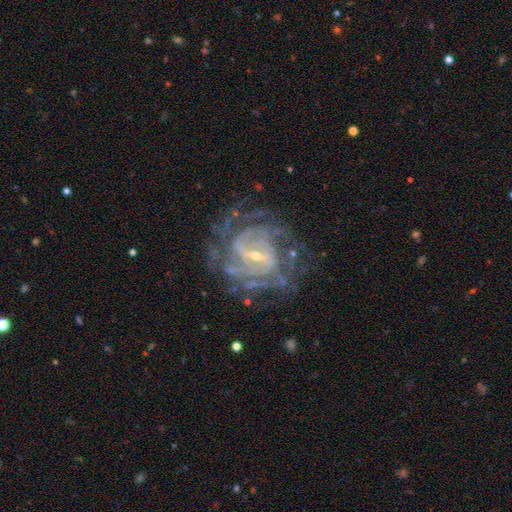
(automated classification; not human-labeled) A featured or disk galaxy (88%) with a weak bar (49%), tight (60%) spiral arms (95%) and a small central bulge (75%).

Vote fractions:
- Smooth or featured? featured or disk: 88% / star or artifact: 7% / smooth: 5%
- Edge-on disk? no: 97% / yes: 3%
- Bar? weak: 49% / strong: 30% / no: 20%
- Spiral arms? yes: 95% / no: 5%
- Spiral winding? tight: 60% / medium: 32% / loose: 7%
- Spiral arm count? can't tell: 33% / 4: 18% / 2: 18% / 3: 16% / more than 4: 9% / 1: 6%
- Bulge size? small: 75% / moderate: 20% / none: 2% / large: 1% / dominant: 1%
- Merging? none: 69% / minor disturbance: 17% / major disturbance: 12% / merger: 2%